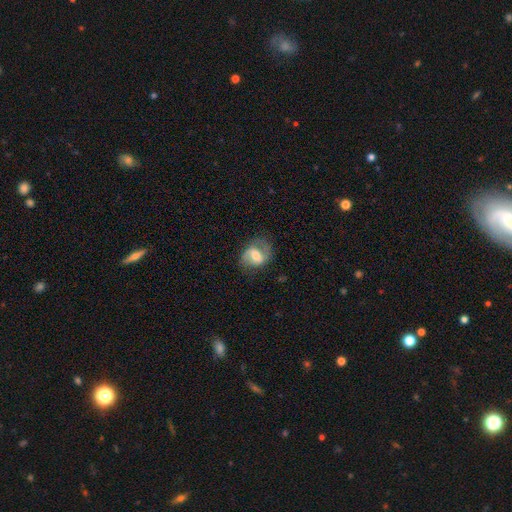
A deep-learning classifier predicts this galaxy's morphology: This appears to be a featured or disk galaxy (62%) with a weak bar (48%), 2 (81%) medium (44%) spiral arms (85%) and a moderate central bulge (60%). Merging: none (66%).